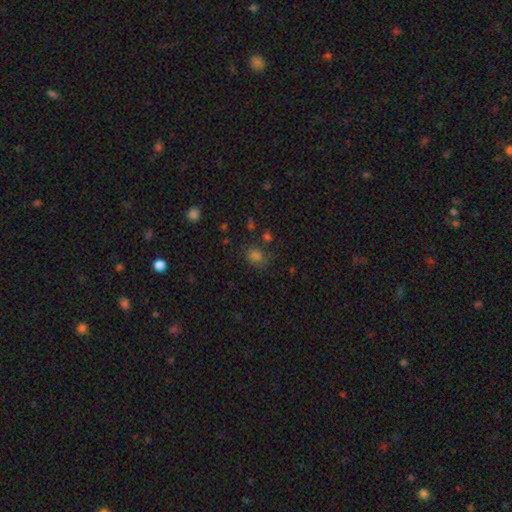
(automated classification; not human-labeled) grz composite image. It shows a smooth galaxy with no disk features (69%) that is round (60%). Merging: none (69%).